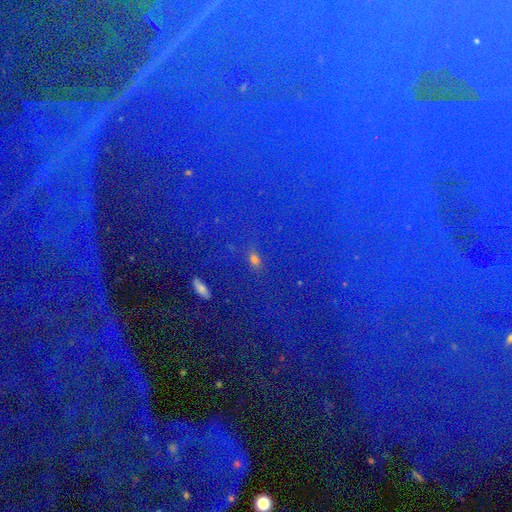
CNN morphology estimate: smooth-or-featured: star or artifact: 86% | featured or disk: 7% | smooth: 7%